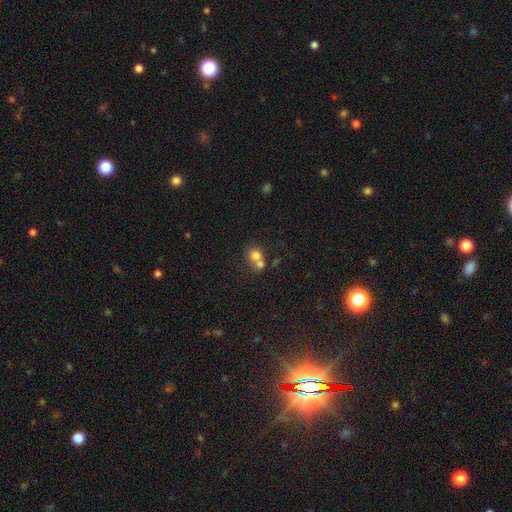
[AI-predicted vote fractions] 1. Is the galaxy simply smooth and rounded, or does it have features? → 75% smooth, 14% featured or disk, 11% star or artifact.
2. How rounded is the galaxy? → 78% round, 21% in between, 1% cigar-shaped.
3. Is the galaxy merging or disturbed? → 58% merger, 32% none, 7% minor disturbance, 4% major disturbance.